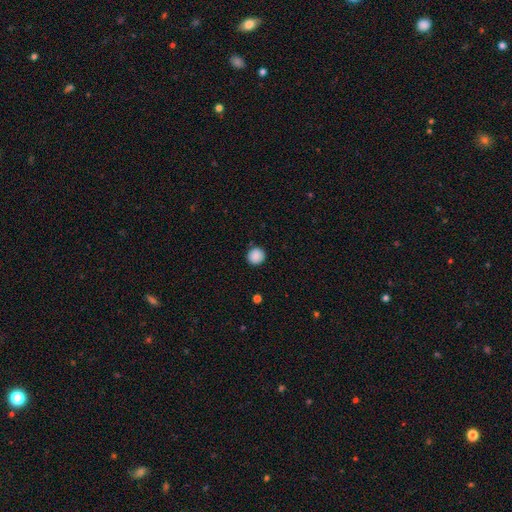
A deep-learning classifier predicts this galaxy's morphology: Smooth or featured?
  - smooth: 88% *
  - star or artifact: 9%
  - featured or disk: 3%
How rounded?
  - round: 94% *
  - in between: 5%
  - cigar-shaped: 1%
Merging?
  - none: 90% *
  - minor disturbance: 7%
  - major disturbance: 2%
  - merger: 1%